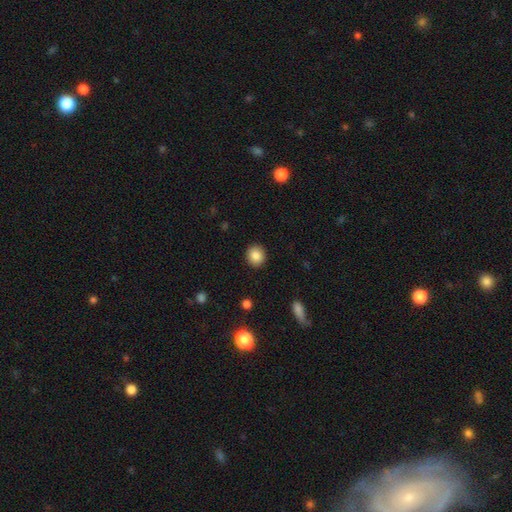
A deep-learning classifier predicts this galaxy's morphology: This is clearly a smooth galaxy (87%). How rounded: likely round (79%). Merging: clearly none (91%).